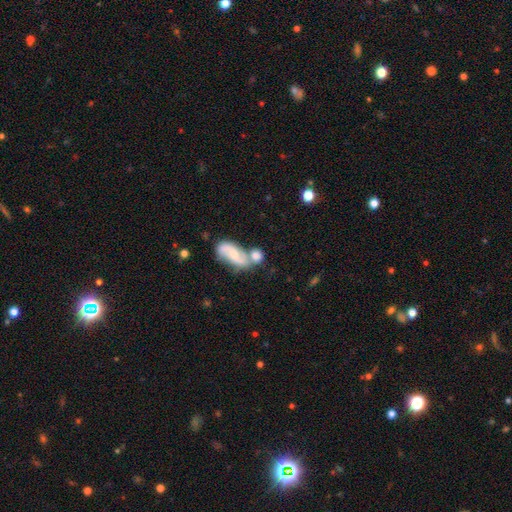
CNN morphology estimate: Smooth or featured?
  - featured or disk: 46% *
  - smooth: 45%
  - star or artifact: 8%
Merging?
  - merger: 44% *
  - none: 36%
  - minor disturbance: 13%
  - major disturbance: 6%